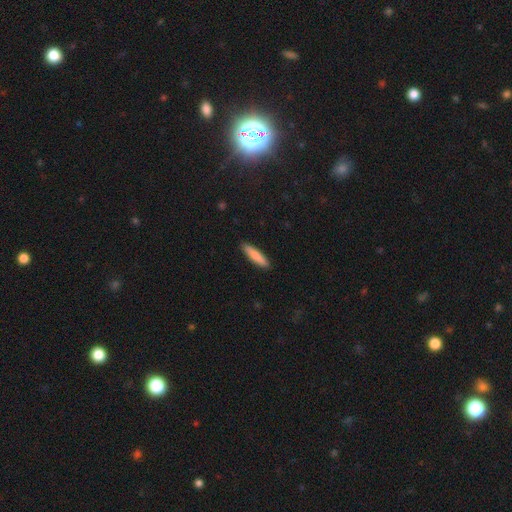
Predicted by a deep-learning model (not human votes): The model was most divided on "how rounded": cigar-shaped: 83%, in between: 16%, round: 1%. More confident: merging — none (91%); smooth or featured — smooth (84%).